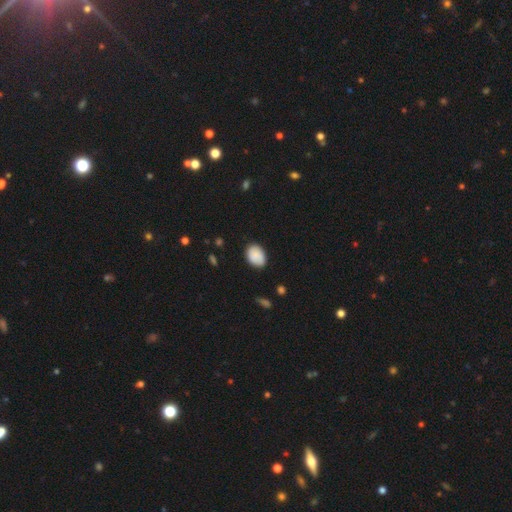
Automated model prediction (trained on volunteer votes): Smooth or featured?
  - smooth: 89% *
  - star or artifact: 7%
  - featured or disk: 4%
How rounded?
  - in between: 77% *
  - round: 22%
  - cigar-shaped: 1%
Merging?
  - none: 82% *
  - minor disturbance: 14%
  - major disturbance: 3%
  - merger: 1%